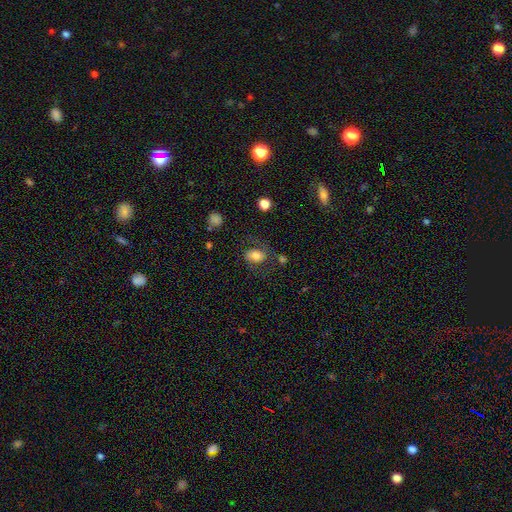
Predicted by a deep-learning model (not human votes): smooth-or-featured: smooth: 70% | featured or disk: 20% | star or artifact: 9%
  how-rounded: in between: 72% | round: 27% | cigar-shaped: 1%
  merging: none: 63% | minor disturbance: 19% | major disturbance: 13% | merger: 4%